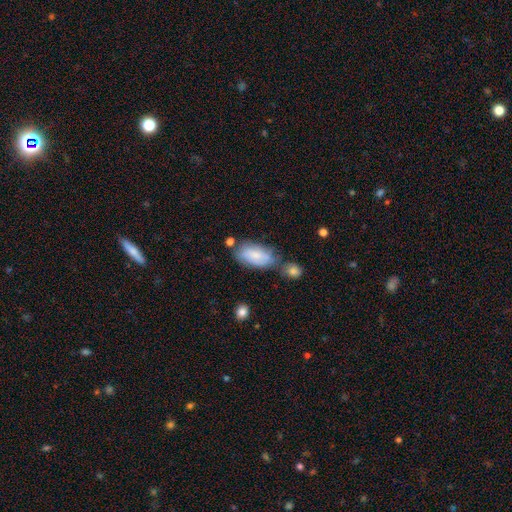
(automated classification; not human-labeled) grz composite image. It shows a smooth galaxy with no disk features (77%) that is in between round and cigar-shaped (92%). Merging: none (52%).